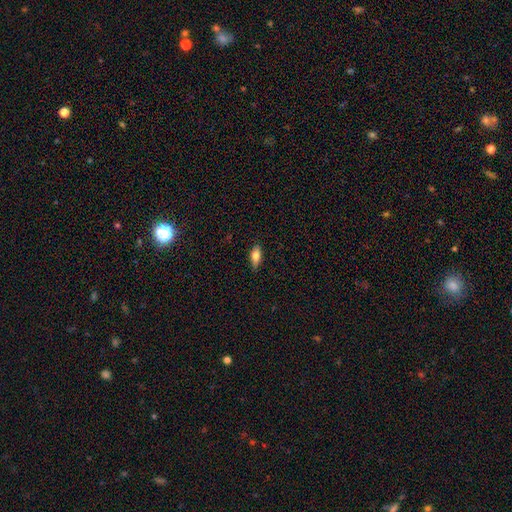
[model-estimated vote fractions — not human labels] Smooth or featured? smooth (73%)
How rounded? in between (76%)
Merging? none (86%)